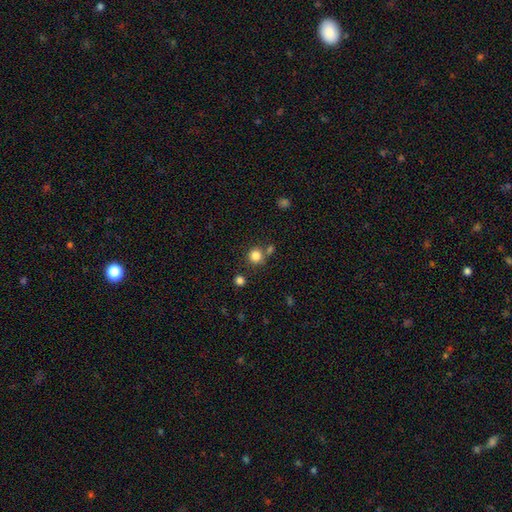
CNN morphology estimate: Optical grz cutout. It shows a smooth galaxy with no disk features (83%) that is round (91%). Merging: none (72%).